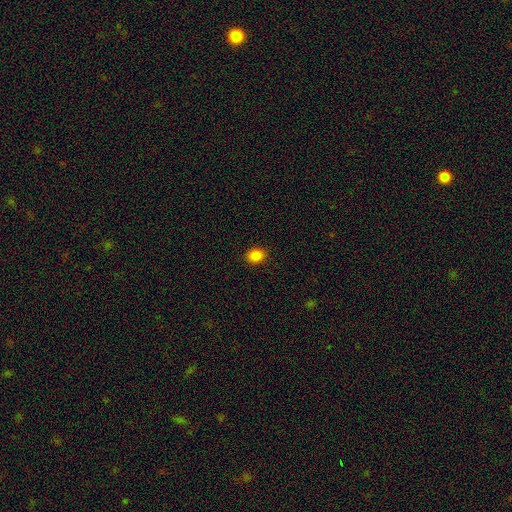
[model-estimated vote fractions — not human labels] smooth-or-featured: smooth: 85% | star or artifact: 11% | featured or disk: 4%
  how-rounded: round: 55% | in between: 44% | cigar-shaped: 1%
  merging: none: 91% | minor disturbance: 7% | major disturbance: 2% | merger: 1%